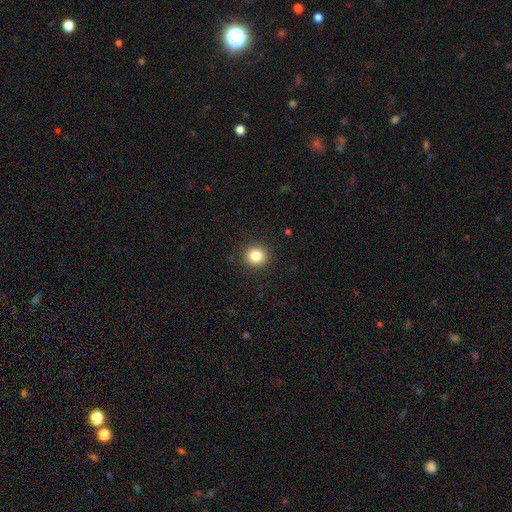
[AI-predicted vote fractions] Smooth or featured: smooth — 84% (star or artifact — 11%)
How rounded: round — 90% (in between — 9%)
Merging: none — 91% (minor disturbance — 6%)